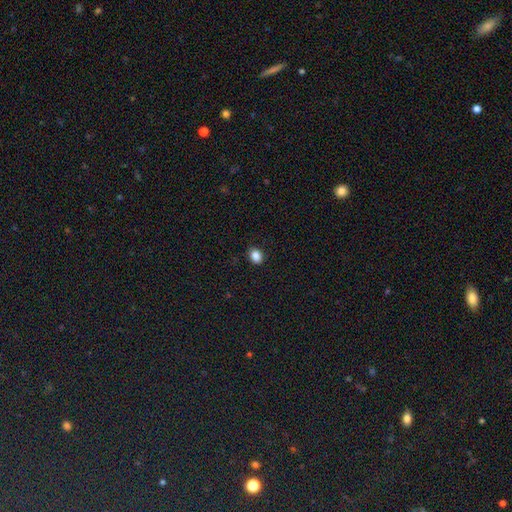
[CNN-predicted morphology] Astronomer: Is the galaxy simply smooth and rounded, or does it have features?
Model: smooth — 86%.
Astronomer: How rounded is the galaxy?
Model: in between — 58% (runner-up: round, 41%).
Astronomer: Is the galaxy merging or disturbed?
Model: none — 87%.